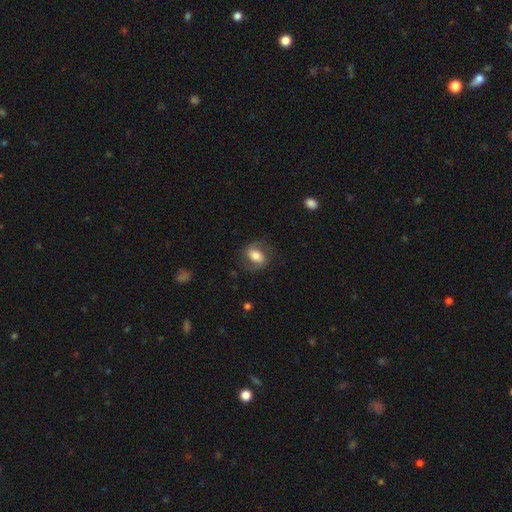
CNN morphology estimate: A smooth galaxy with no disk features (57%) that is in between round and cigar-shaped (74%). Merging: none (71%).